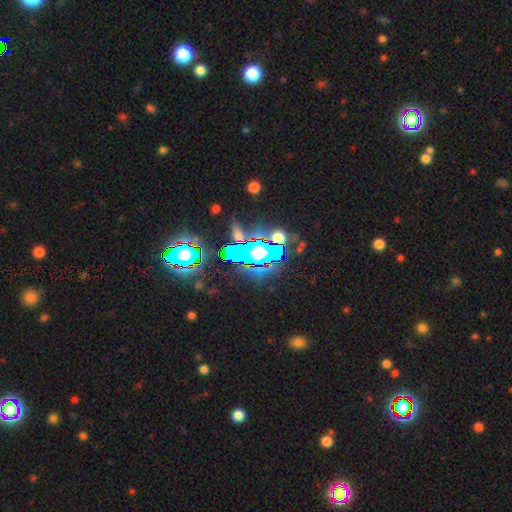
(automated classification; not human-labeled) This appears to be a star or artifact, not a galaxy (81%).